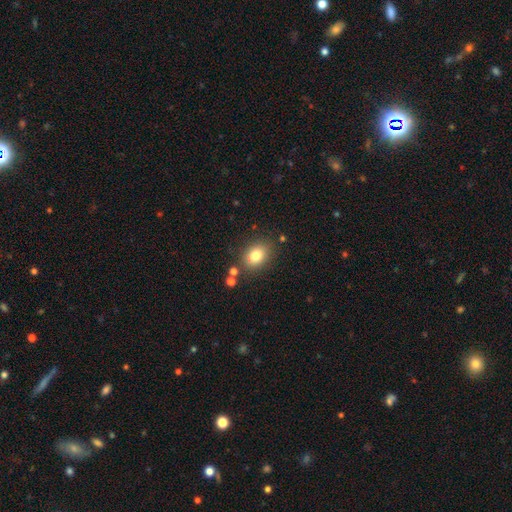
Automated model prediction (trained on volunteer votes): Smooth or featured: smooth — 79% (star or artifact — 11%)
How rounded: in between — 61% (round — 38%)
Merging: none — 77% (minor disturbance — 13%)